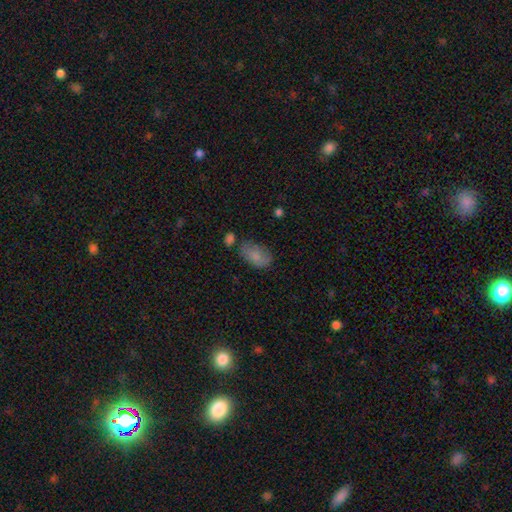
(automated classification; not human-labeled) A smooth galaxy with no disk features (81%) that is in between round and cigar-shaped (92%). Merging: none (60%).